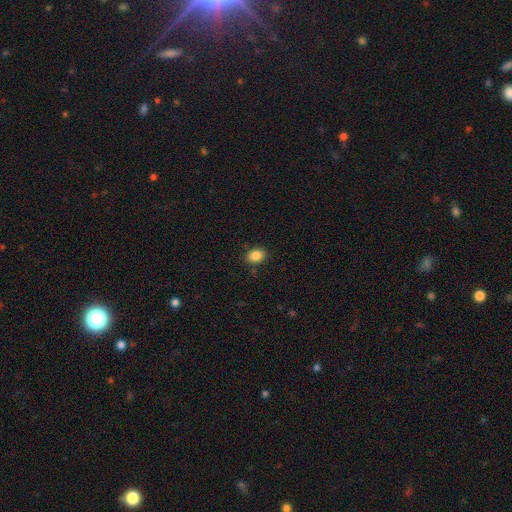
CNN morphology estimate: Smooth or featured? smooth (85%)
How rounded? in between (61%)
Merging? none (87%)